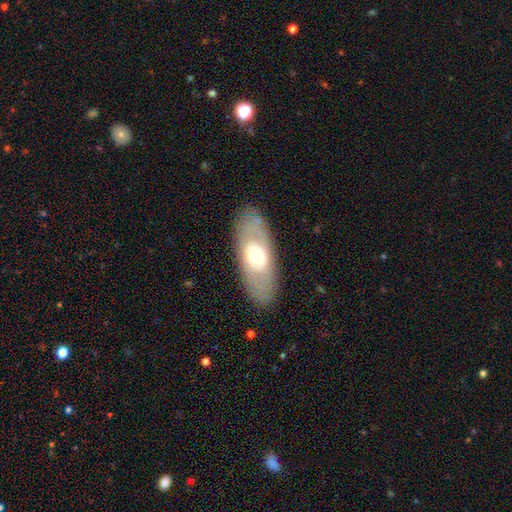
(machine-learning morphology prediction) Smooth or featured: featured or disk — 48% (smooth — 45%)
Merging: none — 84% (minor disturbance — 11%)